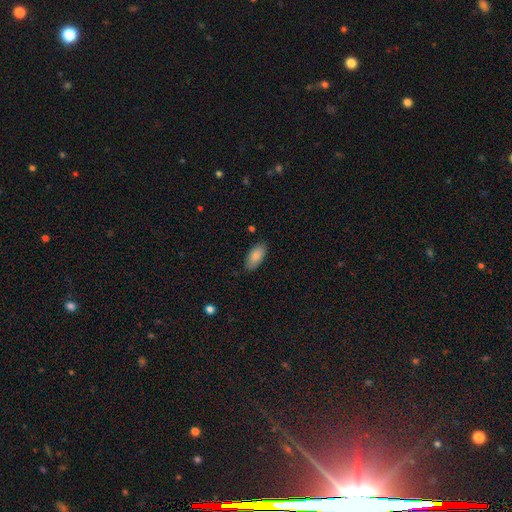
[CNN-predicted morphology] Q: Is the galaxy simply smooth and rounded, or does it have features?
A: smooth — 87%.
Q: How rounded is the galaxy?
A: in between — 91%.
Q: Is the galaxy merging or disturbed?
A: none — 84%.